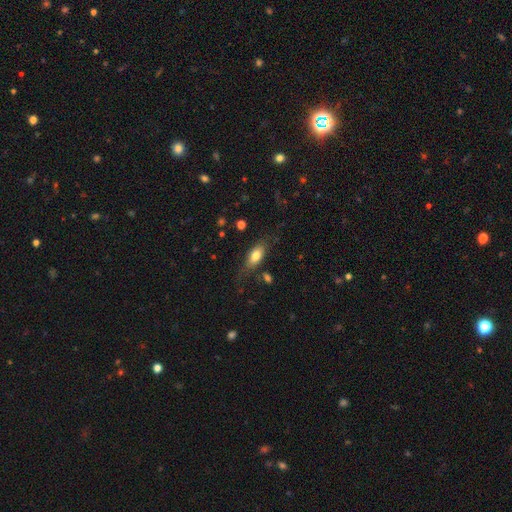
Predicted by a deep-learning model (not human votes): Smooth or featured? smooth (75%)
How rounded? in between (82%)
Merging? none (68%)